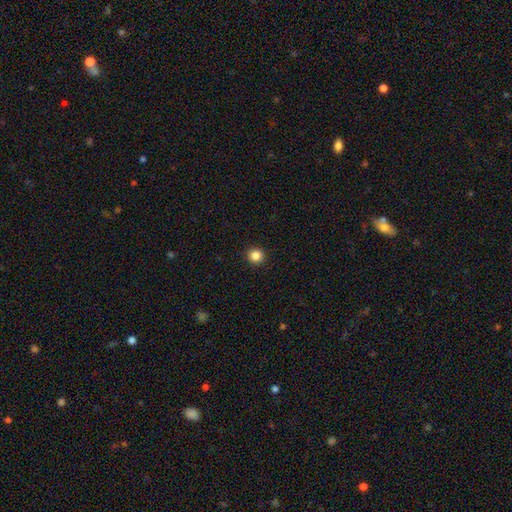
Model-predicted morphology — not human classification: The model was most divided on "smooth or featured": smooth: 85%, star or artifact: 11%, featured or disk: 4%. More confident: how rounded — round (94%); merging — none (93%).